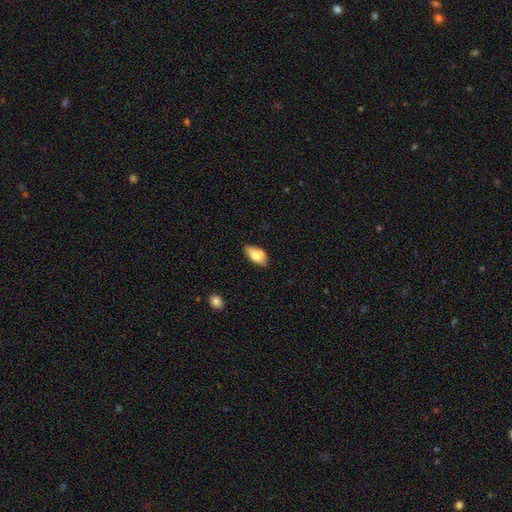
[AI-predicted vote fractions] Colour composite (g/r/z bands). It shows a smooth galaxy with no disk features (76%) that is in between round and cigar-shaped (92%). Merging: none (70%).